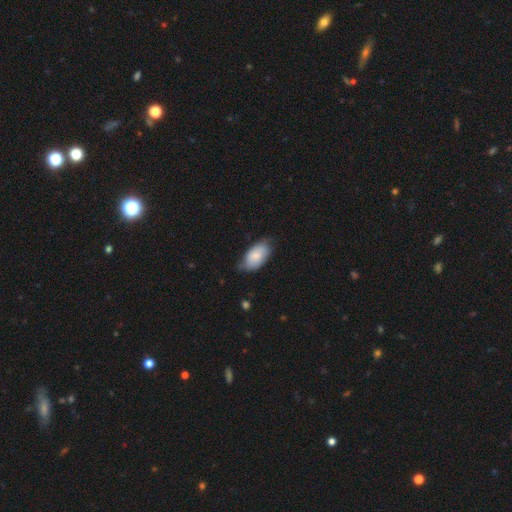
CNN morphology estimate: Smooth or featured? smooth (77%)
How rounded? in between (94%)
Merging? none (60%)